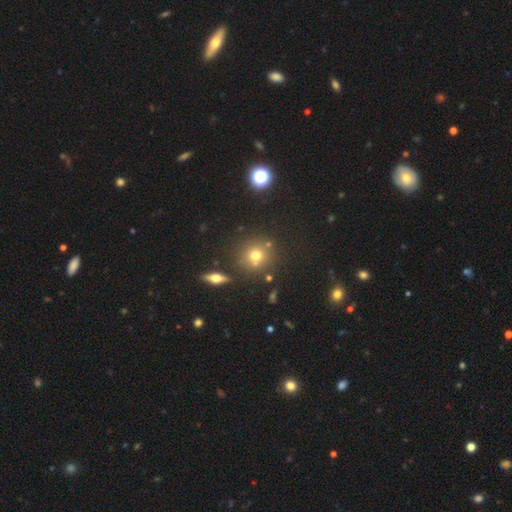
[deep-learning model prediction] Smooth or featured?
  - smooth: 66% *
  - star or artifact: 20%
  - featured or disk: 14%
How rounded?
  - round: 90% *
  - in between: 9%
  - cigar-shaped: 2%
Merging?
  - none: 77% *
  - minor disturbance: 10%
  - merger: 10%
  - major disturbance: 3%